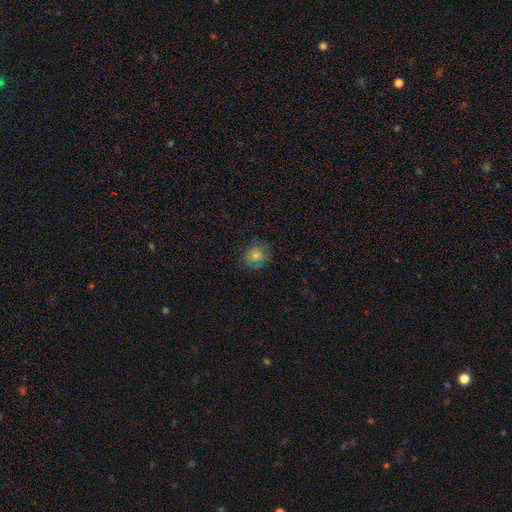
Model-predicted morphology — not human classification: A smooth galaxy with no disk features (72%) that is round (70%).

Vote fractions:
- Smooth or featured? smooth: 72% / star or artifact: 16% / featured or disk: 12%
- How rounded? round: 70% / in between: 29% / cigar-shaped: 1%
- Merging? none: 75% / minor disturbance: 18% / major disturbance: 6% / merger: 2%